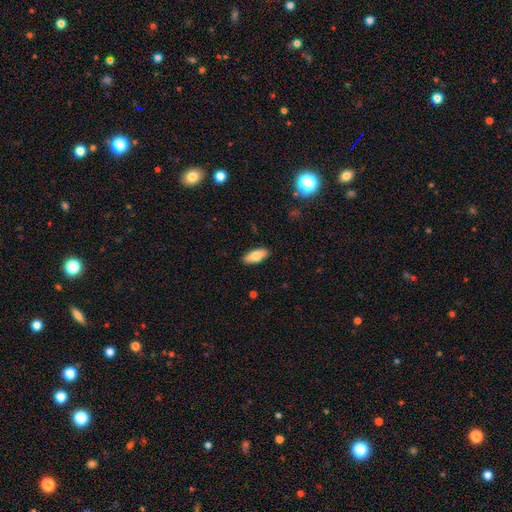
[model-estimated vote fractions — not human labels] Smooth or featured? Predicted: smooth (p=0.78). How rounded? Predicted: in between (p=0.78). Merging? Predicted: none (p=0.88).